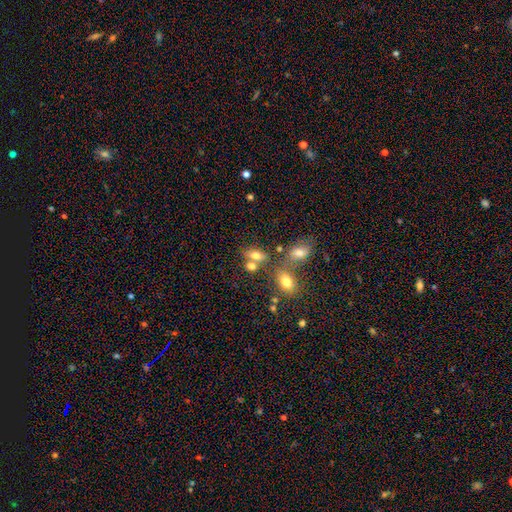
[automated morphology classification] Smooth or featured? Predicted: smooth (p=0.68). How rounded? Predicted: in between (p=0.76). Merging? Predicted: none (p=0.50).